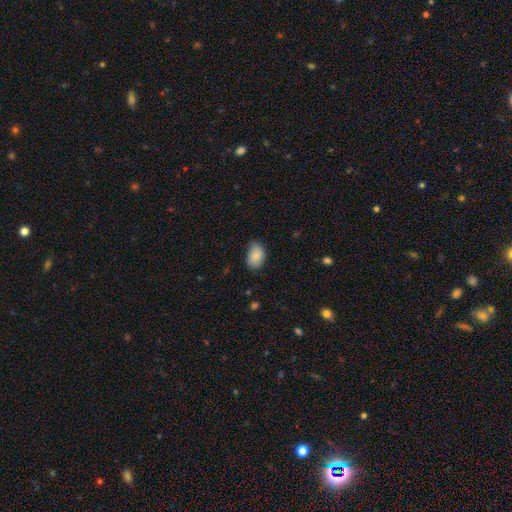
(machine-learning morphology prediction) A smooth galaxy with no disk features (86%) that is in between round and cigar-shaped (84%). Merging: none (62%).